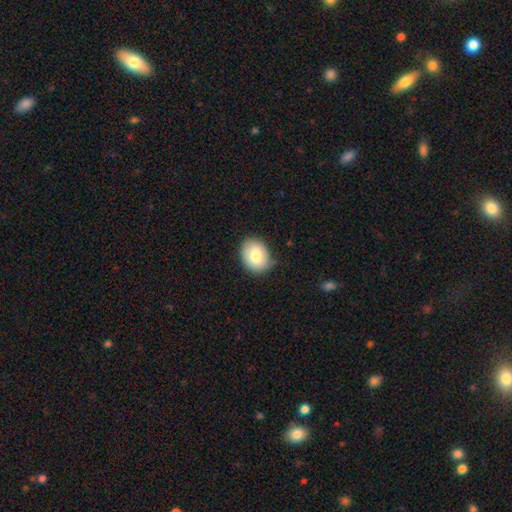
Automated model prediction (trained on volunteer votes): smooth-or-featured: smooth: 79% | featured or disk: 14% | star or artifact: 7%
  how-rounded: in between: 52% | round: 48% | cigar-shaped: 1%
  merging: none: 69% | minor disturbance: 25% | major disturbance: 5% | merger: 1%